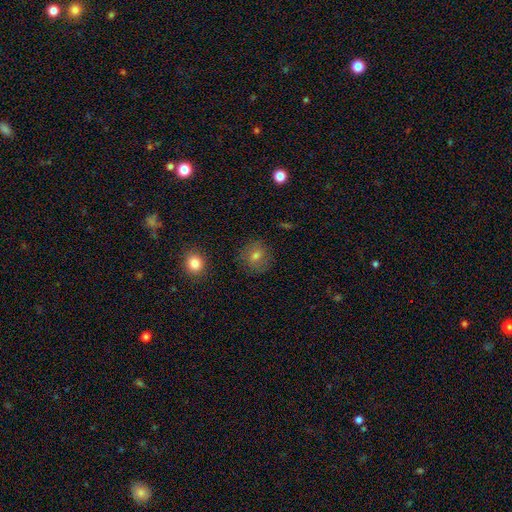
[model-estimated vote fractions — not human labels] A smooth galaxy with no disk features (72%) that is round (87%).

Vote fractions:
- Smooth or featured? smooth: 72% / featured or disk: 15% / star or artifact: 13%
- How rounded? round: 87% / in between: 12% / cigar-shaped: 1%
- Merging? none: 86% / minor disturbance: 9% / major disturbance: 3% / merger: 1%